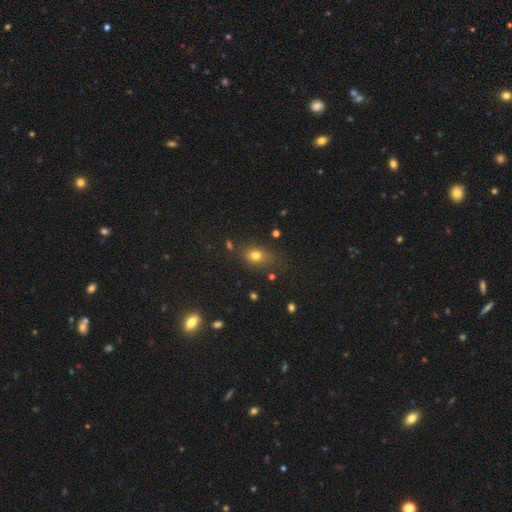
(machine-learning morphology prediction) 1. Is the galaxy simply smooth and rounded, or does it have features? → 74% smooth, 17% star or artifact, 10% featured or disk.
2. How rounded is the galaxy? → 58% in between, 40% round, 2% cigar-shaped.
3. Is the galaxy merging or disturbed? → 72% none, 17% minor disturbance, 6% major disturbance, 4% merger.